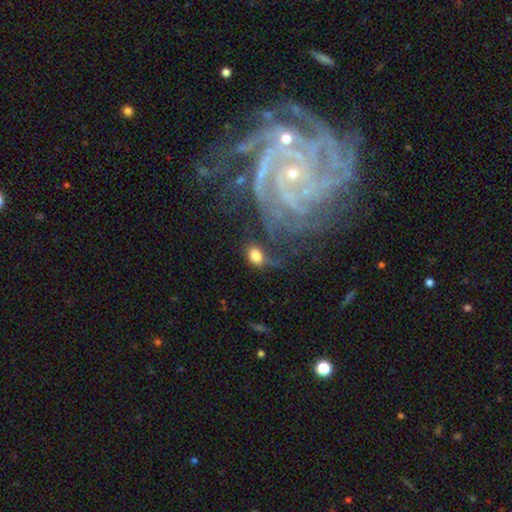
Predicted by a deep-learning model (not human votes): Q: Smooth or featured?
A: smooth (66%); runner-up: featured or disk (23%)
Q: How rounded?
A: in between (67%); runner-up: round (30%)
Q: Merging?
A: none (41%); runner-up: major disturbance (24%)